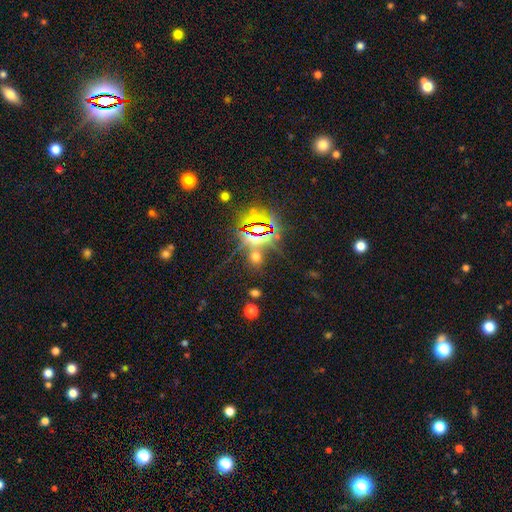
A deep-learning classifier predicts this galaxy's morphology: Smooth or featured?
  - star or artifact: 58% *
  - smooth: 34%
  - featured or disk: 8%